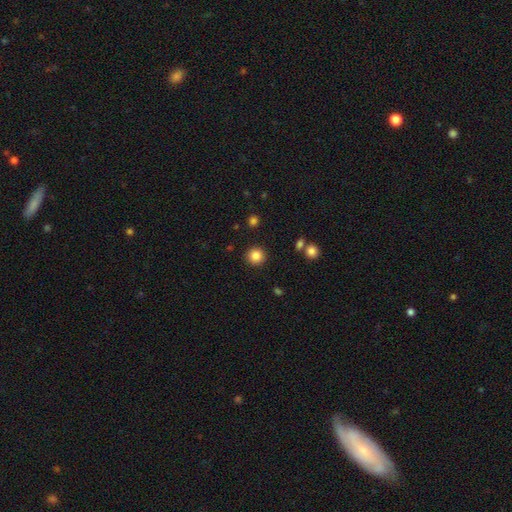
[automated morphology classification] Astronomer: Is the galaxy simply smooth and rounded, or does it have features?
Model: smooth — 85%.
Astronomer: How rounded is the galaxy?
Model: round — 94%.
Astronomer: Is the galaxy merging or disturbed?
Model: none — 91%.